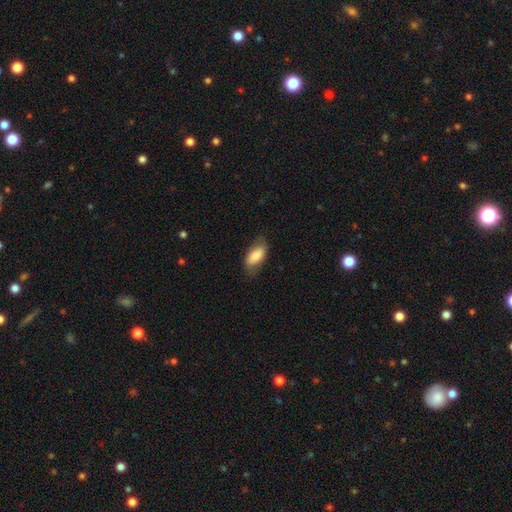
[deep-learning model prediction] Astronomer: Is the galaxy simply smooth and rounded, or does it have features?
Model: smooth — 80%.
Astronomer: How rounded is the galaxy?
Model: in between — 89%.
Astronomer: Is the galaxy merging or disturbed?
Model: none — 70%.